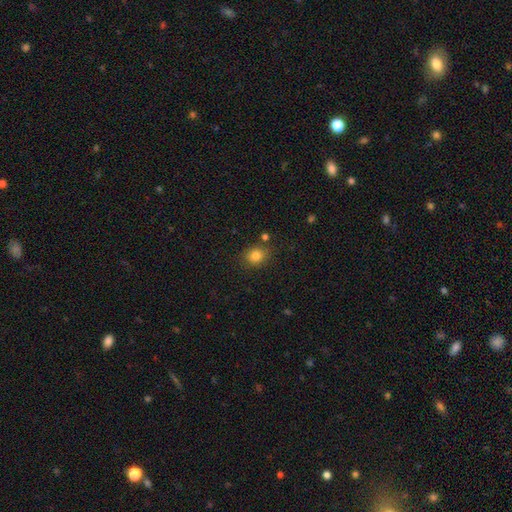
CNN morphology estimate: The model was most divided on "how rounded": round: 68%, in between: 31%, cigar-shaped: 1%. More confident: smooth or featured — smooth (83%); merging — none (79%).